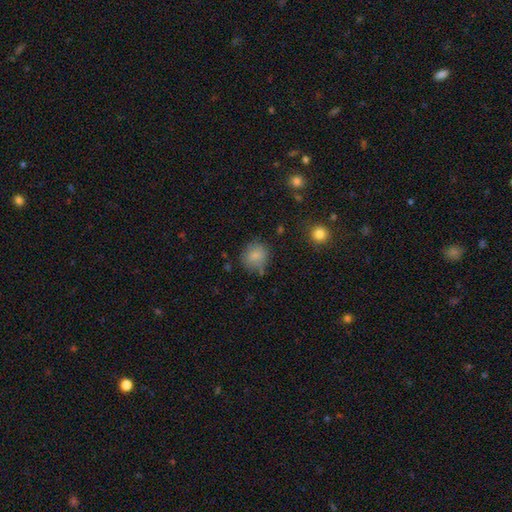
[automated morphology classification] smooth-or-featured: smooth: 82% | star or artifact: 10% | featured or disk: 9%
  how-rounded: round: 81% | in between: 18% | cigar-shaped: 1%
  merging: none: 72% | minor disturbance: 19% | major disturbance: 5% | merger: 4%